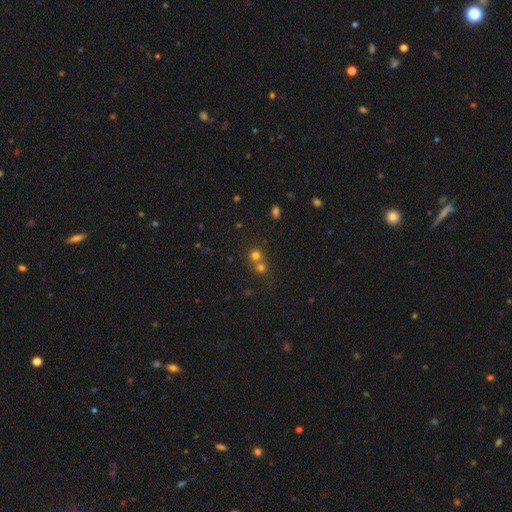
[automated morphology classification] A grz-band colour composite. It shows a smooth galaxy with no disk features (68%) that is round (88%). Merging: none (47%).